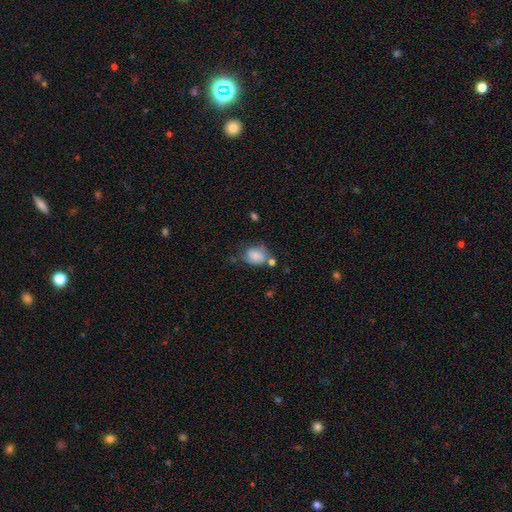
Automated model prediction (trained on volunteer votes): This appears to be a smooth galaxy with no disk features (80%) that is in between round and cigar-shaped (57%). Merging: none (48%).